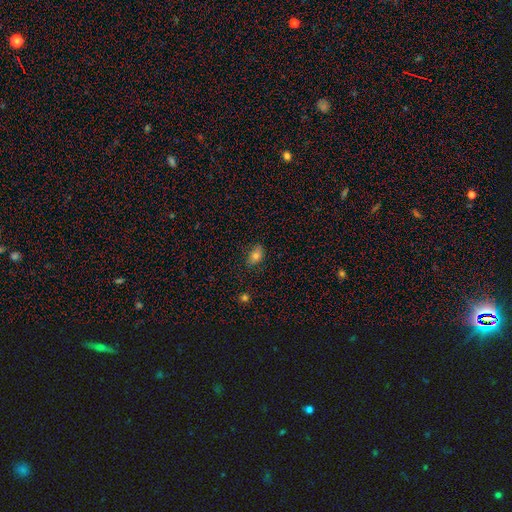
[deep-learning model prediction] smooth 79%, star or artifact 11%, featured or disk 10%. Down the decision tree: how rounded — in between (83%); merging — none (79%).